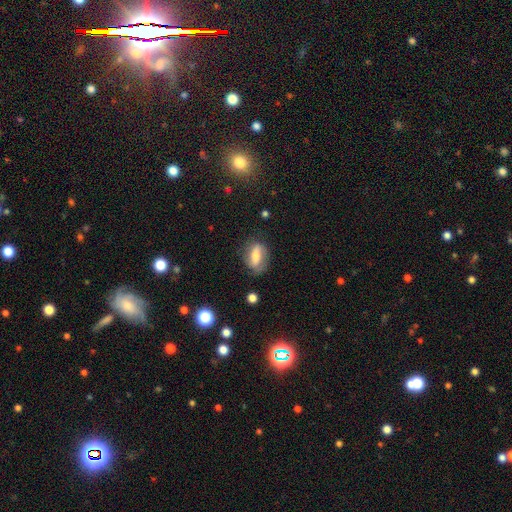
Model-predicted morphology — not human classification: A smooth galaxy with no disk features (54%) that is in between round and cigar-shaped (76%).

Vote fractions:
- Smooth or featured? smooth: 54% / featured or disk: 38% / star or artifact: 8%
- How rounded? in between: 76% / cigar-shaped: 12% / round: 12%
- Merging? none: 69% / minor disturbance: 21% / major disturbance: 8% / merger: 2%